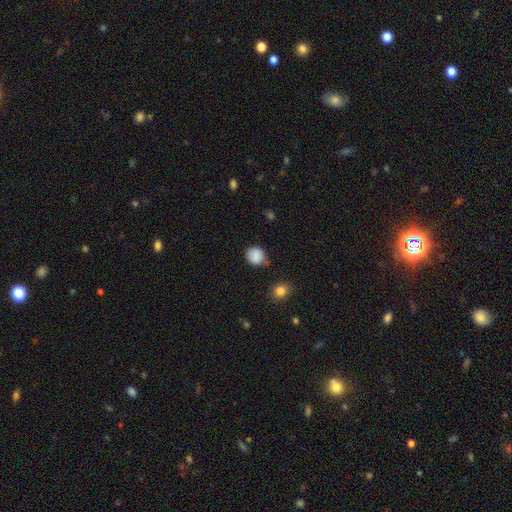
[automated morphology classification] This is clearly a smooth galaxy (87%). How rounded: clearly round (81%). Merging: likely none (78%).